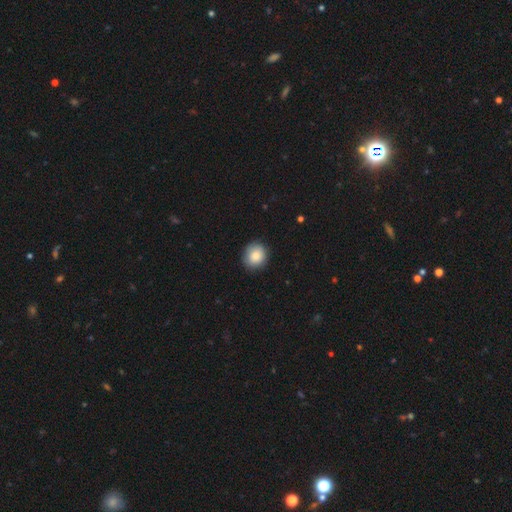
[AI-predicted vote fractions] Smooth or featured?
  - smooth: 85% *
  - star or artifact: 8%
  - featured or disk: 7%
How rounded?
  - round: 83% *
  - in between: 16%
  - cigar-shaped: 1%
Merging?
  - none: 87% *
  - minor disturbance: 10%
  - major disturbance: 2%
  - merger: 1%